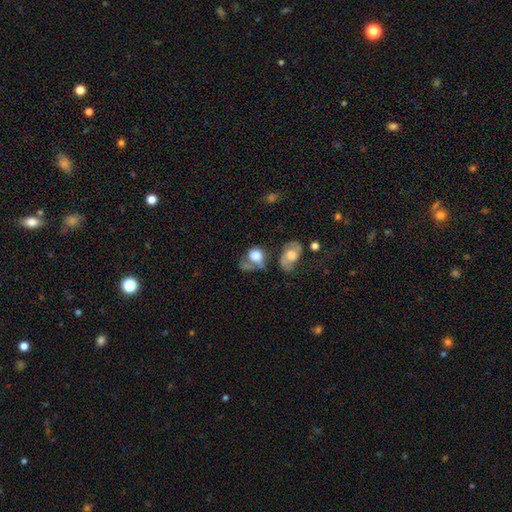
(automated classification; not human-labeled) A smooth galaxy with no disk features (66%) that is round (56%).

Vote fractions:
- Smooth or featured? smooth: 66% / featured or disk: 24% / star or artifact: 10%
- How rounded? round: 56% / in between: 42% / cigar-shaped: 2%
- Merging? none: 33% / merger: 24% / major disturbance: 22% / minor disturbance: 21%